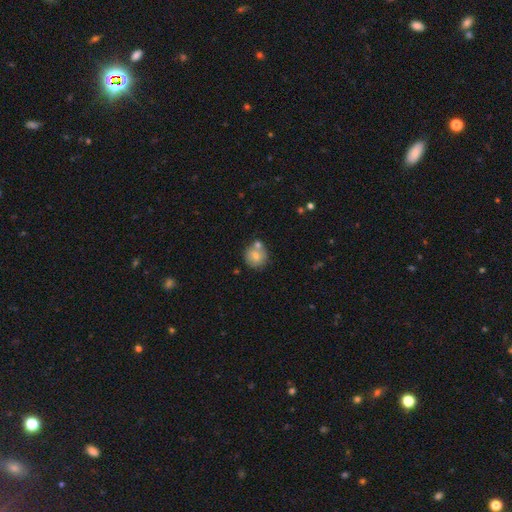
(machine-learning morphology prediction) Smooth or featured?
  - smooth: 75% *
  - featured or disk: 16%
  - star or artifact: 9%
How rounded?
  - round: 90% *
  - in between: 9%
  - cigar-shaped: 1%
Merging?
  - none: 62% *
  - merger: 23%
  - minor disturbance: 11%
  - major disturbance: 3%